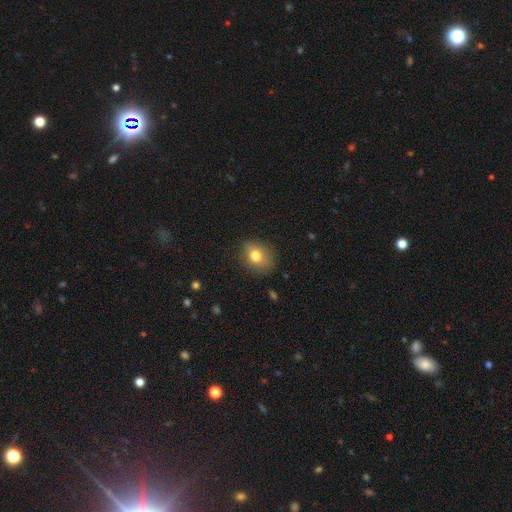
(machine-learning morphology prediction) Smooth or featured: smooth — 78% (featured or disk — 12%)
How rounded: in between — 51% (round — 48%)
Merging: none — 77% (minor disturbance — 17%)